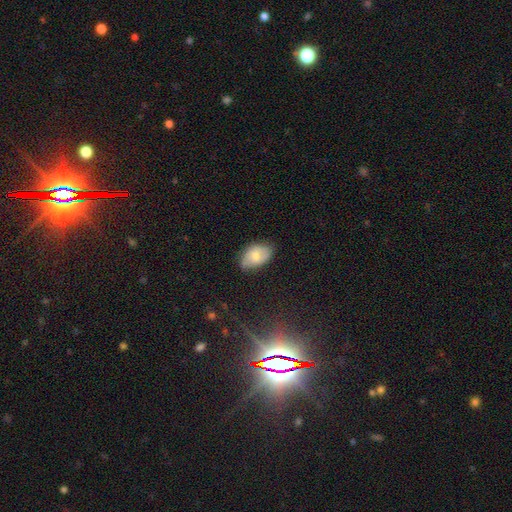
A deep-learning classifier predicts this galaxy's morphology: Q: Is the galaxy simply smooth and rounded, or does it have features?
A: smooth — 68%.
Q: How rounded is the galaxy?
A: in between — 91%.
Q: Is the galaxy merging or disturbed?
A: none — 65%.